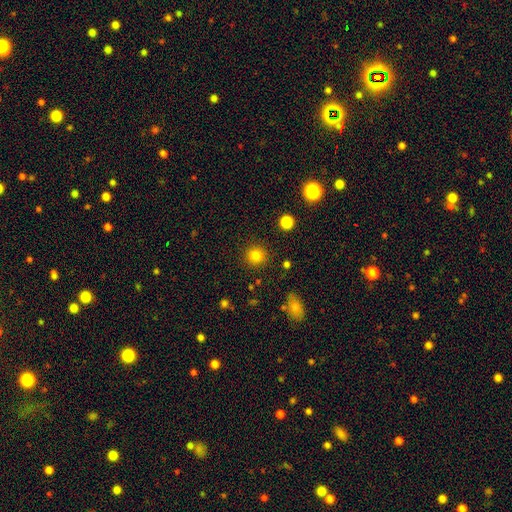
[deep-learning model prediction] Smooth or featured? Predicted: smooth (p=0.82). How rounded? Predicted: round (p=0.93). Merging? Predicted: none (p=0.90).